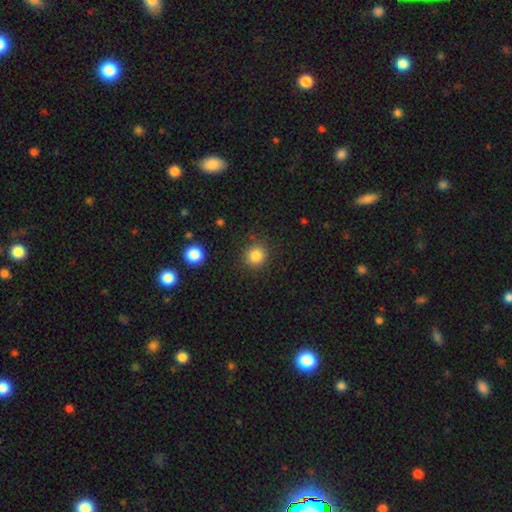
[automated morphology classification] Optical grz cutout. It shows a smooth galaxy with no disk features (84%) that is round (90%). Merging: none (87%).